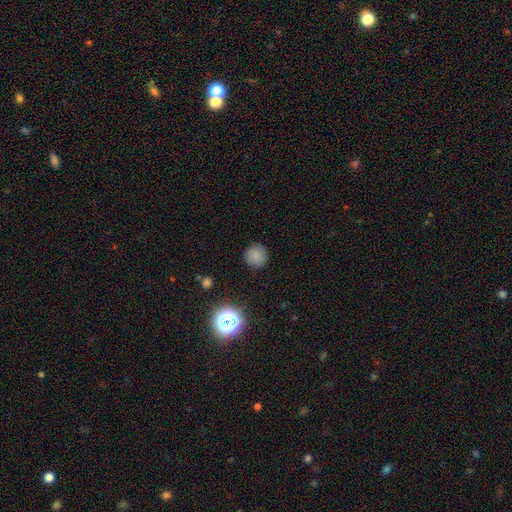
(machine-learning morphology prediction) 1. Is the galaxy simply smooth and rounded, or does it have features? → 82% smooth, 13% star or artifact, 5% featured or disk.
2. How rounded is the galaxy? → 94% round, 5% in between, 1% cigar-shaped.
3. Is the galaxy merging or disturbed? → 89% none, 7% minor disturbance, 2% major disturbance, 1% merger.